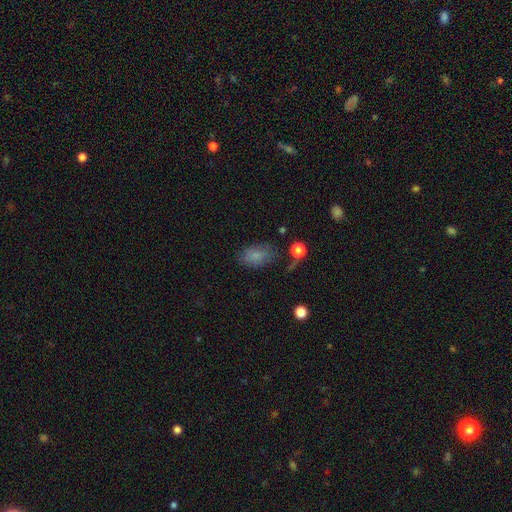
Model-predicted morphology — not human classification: Q: Smooth or featured?
A: smooth (79%); runner-up: featured or disk (11%)
Q: How rounded?
A: in between (87%); runner-up: round (11%)
Q: Merging?
A: none (64%); runner-up: minor disturbance (23%)